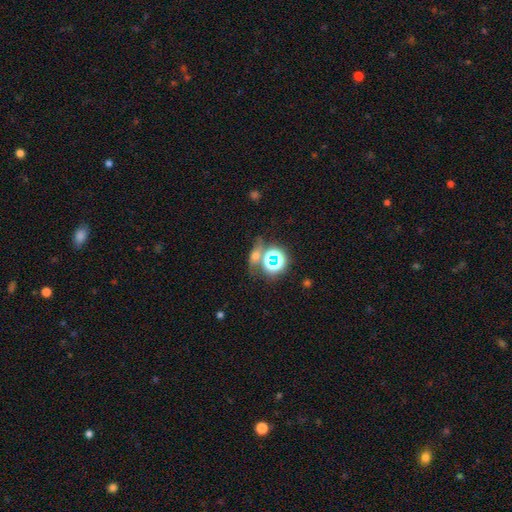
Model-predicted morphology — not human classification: A star or artifact, not a galaxy (43%).

Vote fractions:
- Smooth or featured? star or artifact: 43% / smooth: 37% / featured or disk: 20%